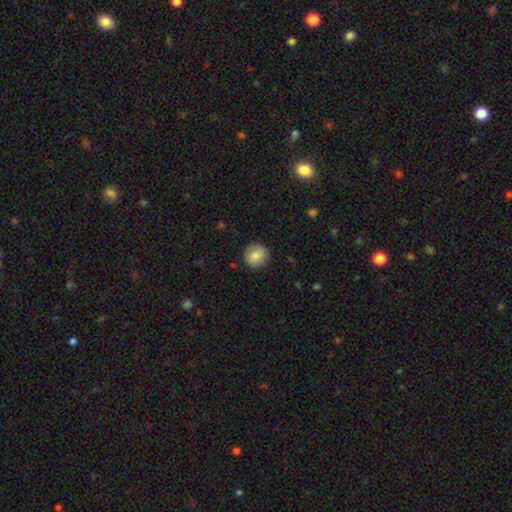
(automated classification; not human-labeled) The model was most divided on "smooth or featured": smooth: 86%, star or artifact: 8%, featured or disk: 6%. More confident: how rounded — round (91%); merging — none (89%).